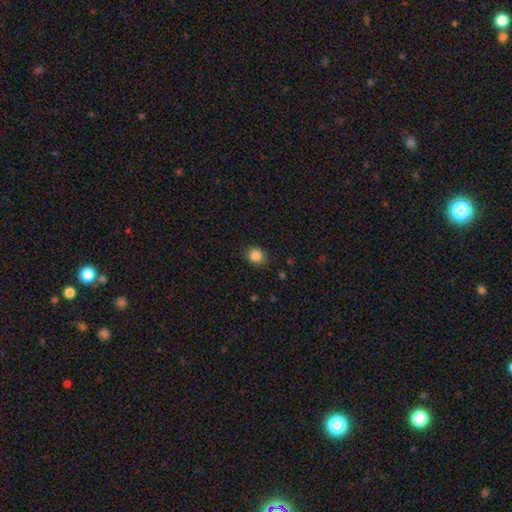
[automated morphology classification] A smooth galaxy with no disk features (86%) that is round (77%).

Vote fractions:
- Smooth or featured? smooth: 86% / star or artifact: 11% / featured or disk: 4%
- How rounded? round: 77% / in between: 23% / cigar-shaped: 1%
- Merging? none: 87% / minor disturbance: 9% / major disturbance: 3% / merger: 1%